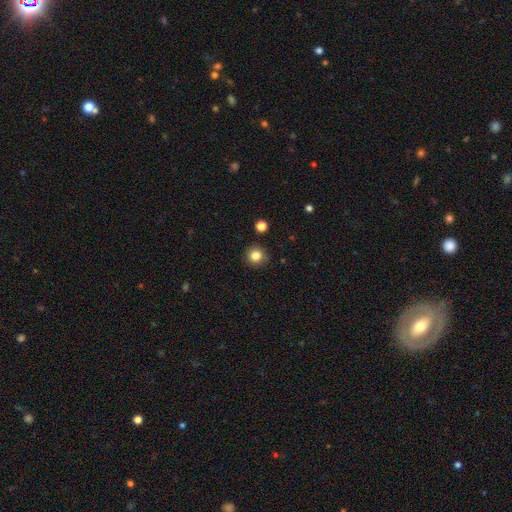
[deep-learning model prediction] The model was most divided on "smooth or featured": smooth: 83%, star or artifact: 11%, featured or disk: 5%. More confident: how rounded — round (94%); merging — none (90%).